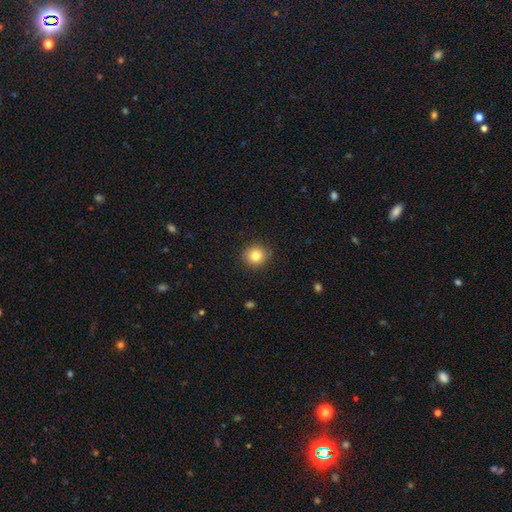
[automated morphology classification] This appears to be a smooth galaxy with no disk features (82%) that is round (90%). Merging: none (90%).